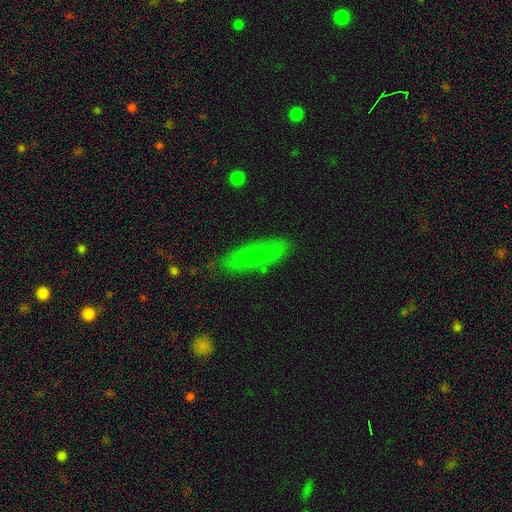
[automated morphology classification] This appears to be a smooth galaxy with no disk features (64%) that is cigar-shaped (71%). Merging: none (76%).